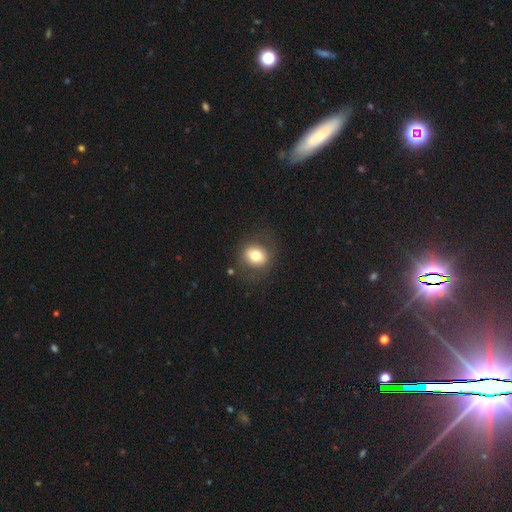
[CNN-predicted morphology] A smooth galaxy with no disk features (72%) that is round (66%).

Vote fractions:
- Smooth or featured? smooth: 72% / featured or disk: 19% / star or artifact: 10%
- How rounded? round: 66% / in between: 32% / cigar-shaped: 1%
- Merging? none: 79% / minor disturbance: 12% / major disturbance: 7% / merger: 2%